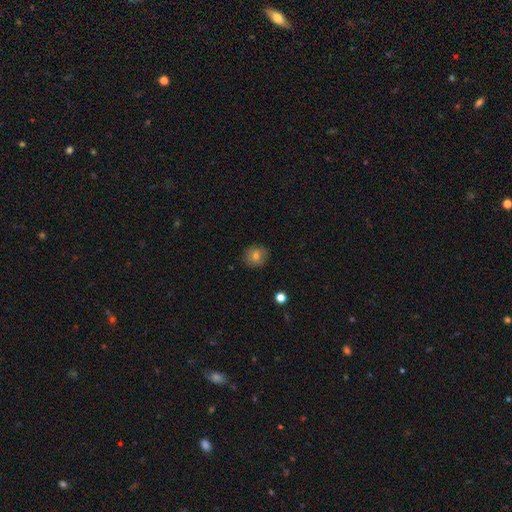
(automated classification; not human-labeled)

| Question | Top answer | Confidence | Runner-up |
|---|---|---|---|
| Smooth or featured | smooth | 75% | featured or disk (14%) |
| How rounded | round | 85% | in between (14%) |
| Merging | none | 87% | minor disturbance (10%) |